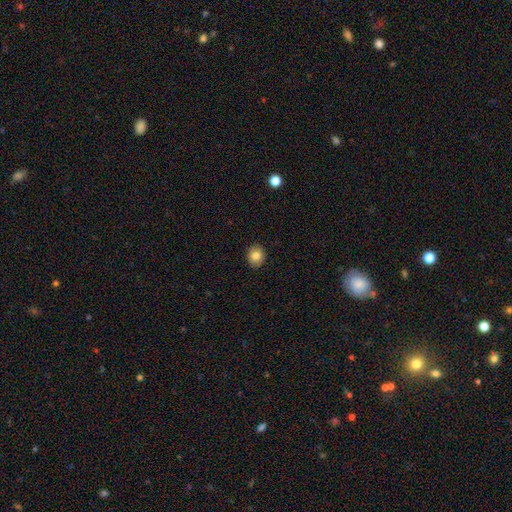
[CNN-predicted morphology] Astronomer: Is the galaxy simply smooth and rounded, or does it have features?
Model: smooth — 83%.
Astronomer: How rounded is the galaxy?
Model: round — 66%.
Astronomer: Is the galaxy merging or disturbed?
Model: none — 90%.